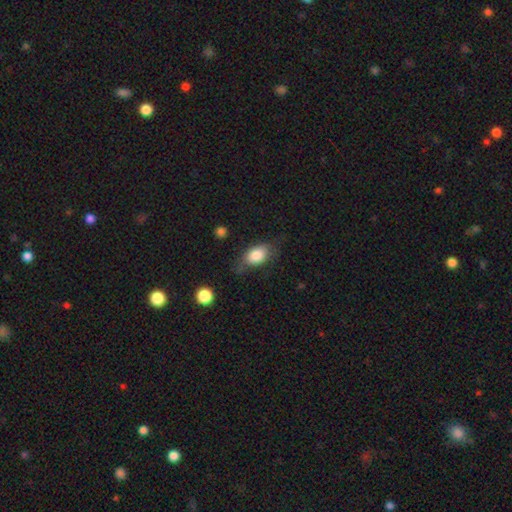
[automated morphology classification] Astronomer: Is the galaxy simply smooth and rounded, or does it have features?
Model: smooth — 79%.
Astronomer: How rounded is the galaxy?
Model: in between — 84%.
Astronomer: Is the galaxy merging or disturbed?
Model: none — 58%.